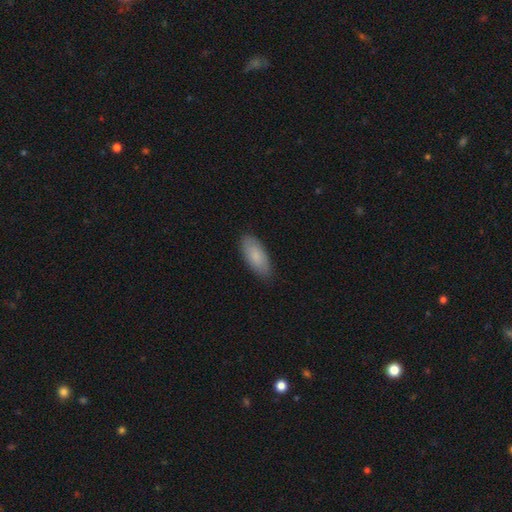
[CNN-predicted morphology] smooth-or-featured: smooth: 85% | featured or disk: 10% | star or artifact: 5%
  how-rounded: in between: 85% | cigar-shaped: 13% | round: 2%
  merging: none: 85% | minor disturbance: 12% | major disturbance: 2% | merger: 1%